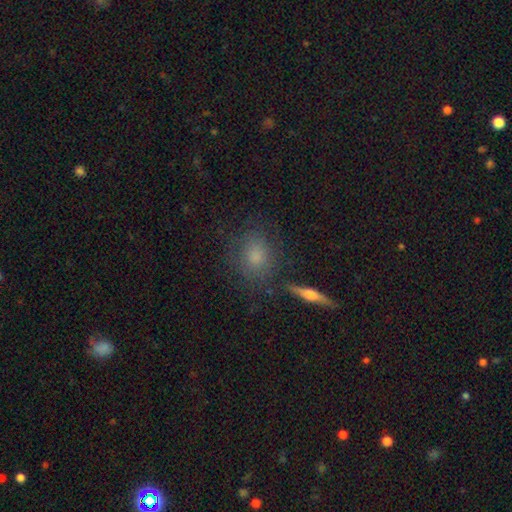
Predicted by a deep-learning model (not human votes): smooth 68%, featured or disk 21%, star or artifact 11%. Down the decision tree: how rounded — round (56%); merging — none (74%).